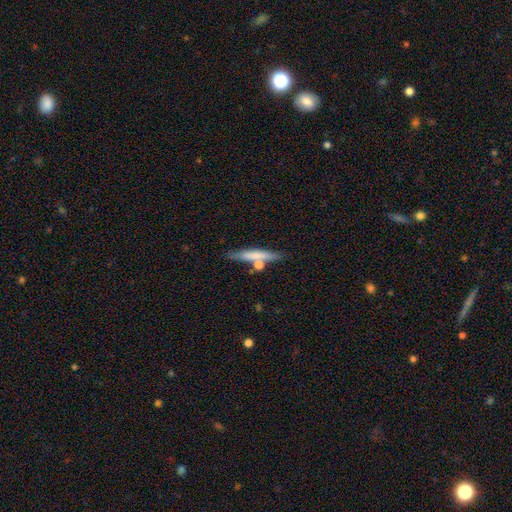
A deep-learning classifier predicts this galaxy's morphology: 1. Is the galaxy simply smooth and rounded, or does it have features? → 61% smooth, 32% featured or disk, 7% star or artifact.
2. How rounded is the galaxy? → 90% cigar-shaped, 7% in between, 3% round.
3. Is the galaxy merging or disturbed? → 71% none, 14% merger, 12% minor disturbance, 3% major disturbance.